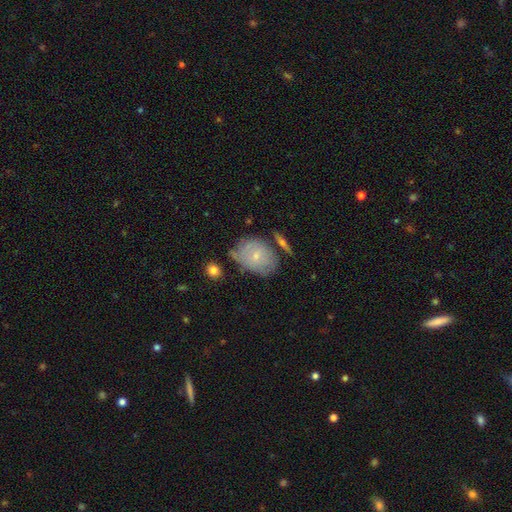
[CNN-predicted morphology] Q: Smooth or featured?
A: smooth (51%); runner-up: featured or disk (41%)
Q: How rounded?
A: in between (62%); runner-up: round (36%)
Q: Merging?
A: none (56%); runner-up: minor disturbance (26%)